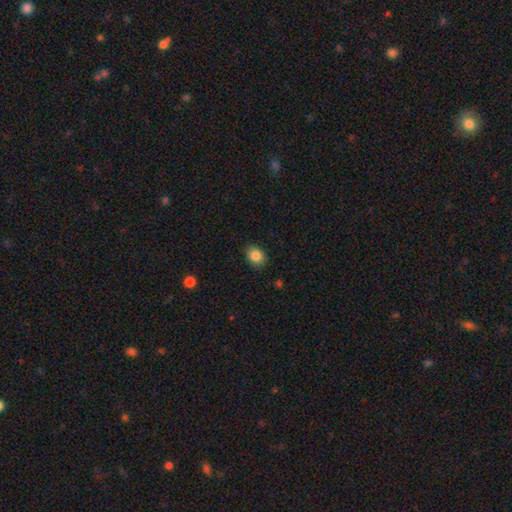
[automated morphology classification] smooth-or-featured: smooth: 86% | star or artifact: 9% | featured or disk: 5%
  how-rounded: in between: 54% | round: 45% | cigar-shaped: 1%
  merging: none: 86% | minor disturbance: 11% | major disturbance: 2% | merger: 1%